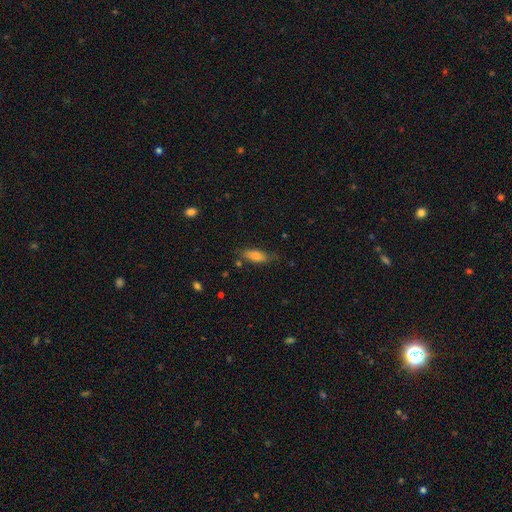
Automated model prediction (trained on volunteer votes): Smooth or featured? Predicted: smooth (p=0.75). How rounded? Predicted: in between (p=0.67). Merging? Predicted: none (p=0.72).